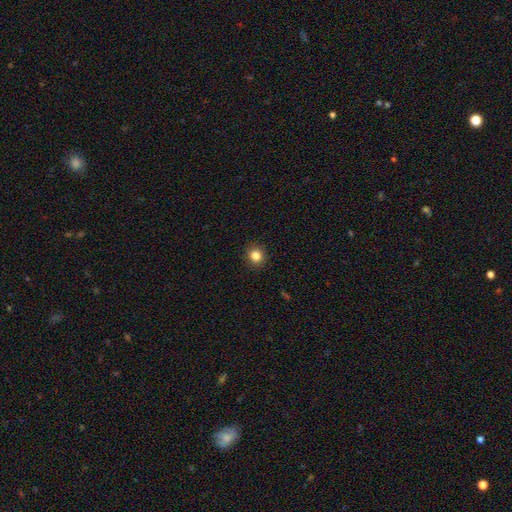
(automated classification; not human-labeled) Overall: smooth (84%). How rounded: round (87%). Merging: none (92%).